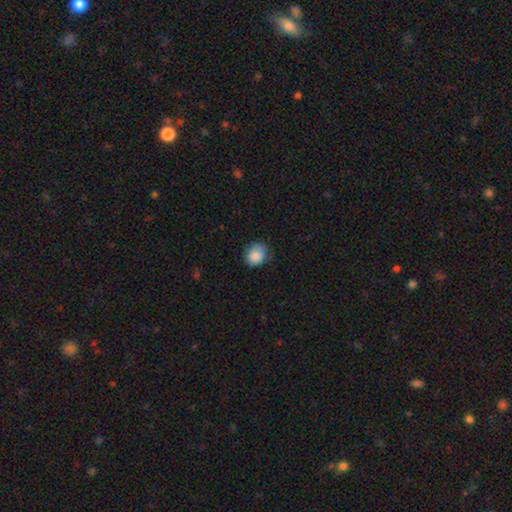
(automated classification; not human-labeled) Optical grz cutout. It shows a smooth galaxy with no disk features (86%) that is round (68%). Merging: none (70%).